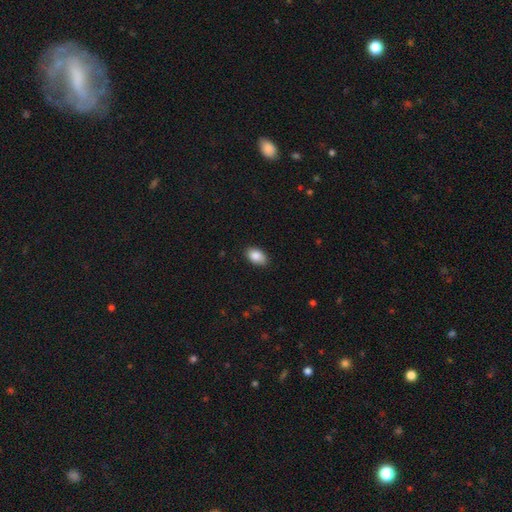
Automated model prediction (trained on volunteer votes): Q: Smooth or featured?
A: smooth (87%); runner-up: star or artifact (7%)
Q: How rounded?
A: in between (91%); runner-up: round (8%)
Q: Merging?
A: none (85%); runner-up: minor disturbance (12%)